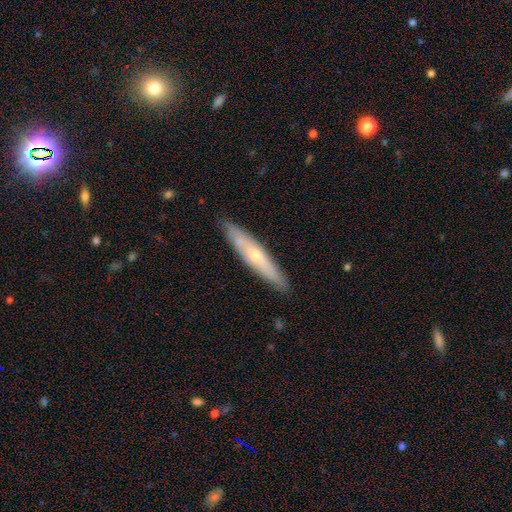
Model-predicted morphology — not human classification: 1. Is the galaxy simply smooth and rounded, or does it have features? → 53% featured or disk, 42% smooth, 6% star or artifact.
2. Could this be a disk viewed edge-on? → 67% yes, 33% no.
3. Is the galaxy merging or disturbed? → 84% none, 13% minor disturbance, 2% major disturbance, 1% merger.